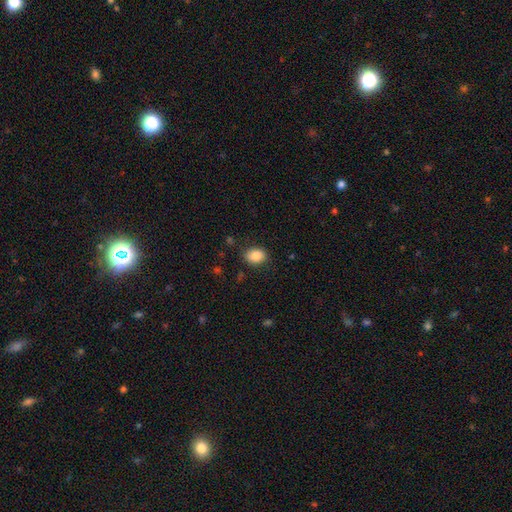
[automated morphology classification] Smooth or featured? Predicted: smooth (p=0.86). How rounded? Predicted: in between (p=0.64). Merging? Predicted: none (p=0.84).